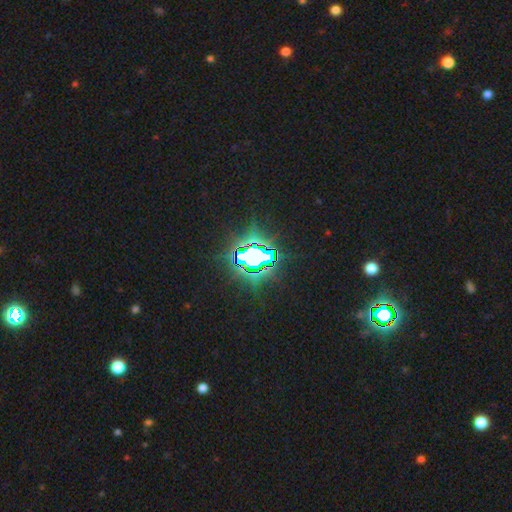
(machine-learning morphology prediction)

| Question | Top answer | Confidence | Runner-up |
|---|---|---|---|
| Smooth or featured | star or artifact | 77% | smooth (12%) |